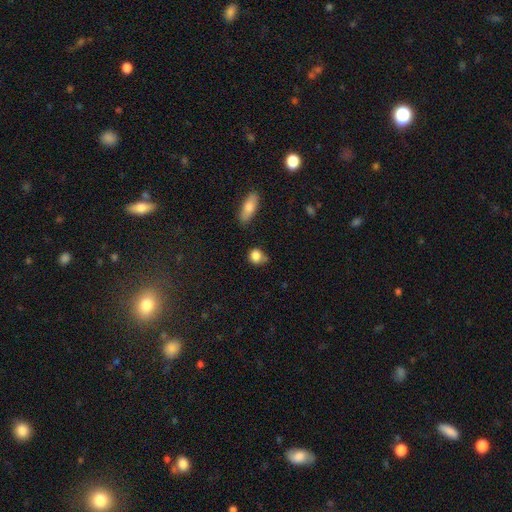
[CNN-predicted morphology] A smooth galaxy with no disk features (83%) that is round (64%). Merging: none (53%).